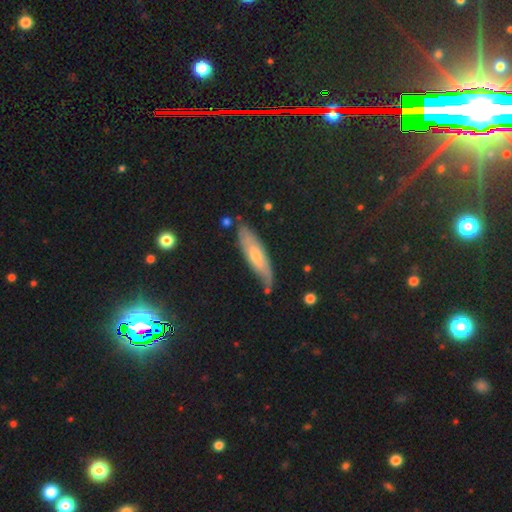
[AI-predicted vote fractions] A smooth galaxy with no disk features (44%). Merging: none (72%).